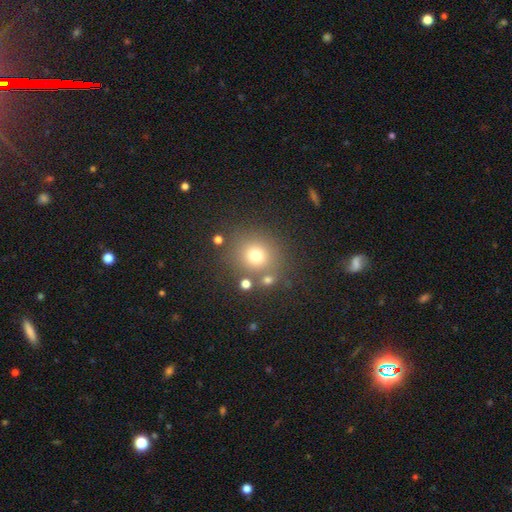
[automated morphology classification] smooth_or_featured: smooth (p=0.71) [alt: star or artifact p=0.18]
how_rounded: round (p=0.89) [alt: in between p=0.10]
merging: none (p=0.77) [alt: minor disturbance p=0.10]